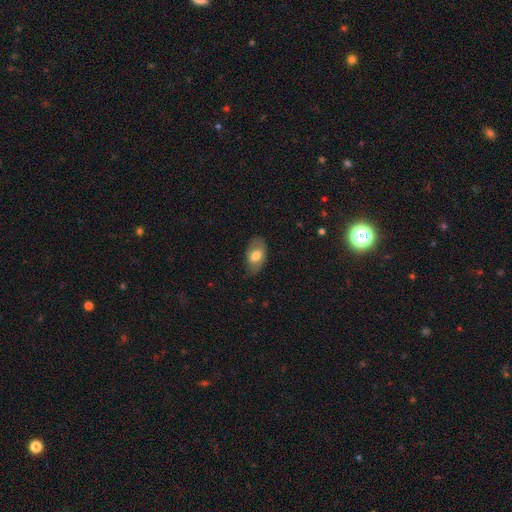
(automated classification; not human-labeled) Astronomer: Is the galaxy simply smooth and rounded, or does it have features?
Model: smooth — 64%.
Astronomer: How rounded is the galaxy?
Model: in between — 91%.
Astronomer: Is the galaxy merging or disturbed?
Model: none — 70%.